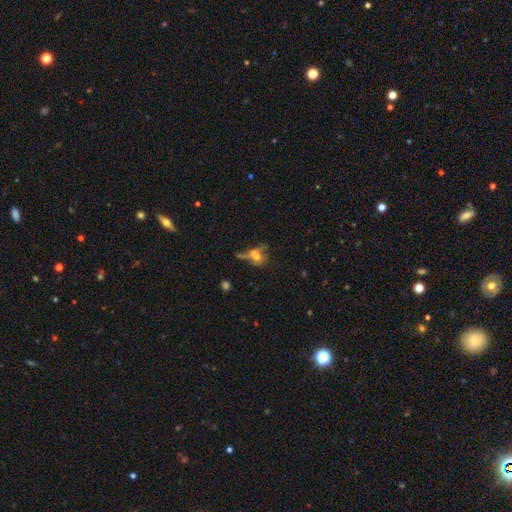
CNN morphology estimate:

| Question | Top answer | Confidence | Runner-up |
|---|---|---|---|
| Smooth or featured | smooth | 45% | featured or disk (35%) |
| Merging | merger | 36% | none (33%) |